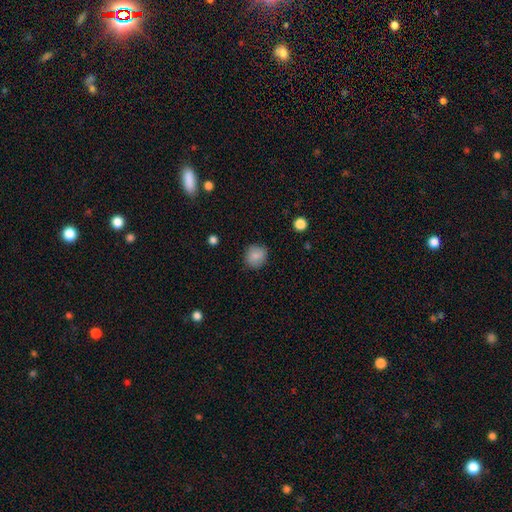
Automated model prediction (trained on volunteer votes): This appears to be a smooth galaxy with no disk features (85%) that is round (83%). Merging: none (86%).